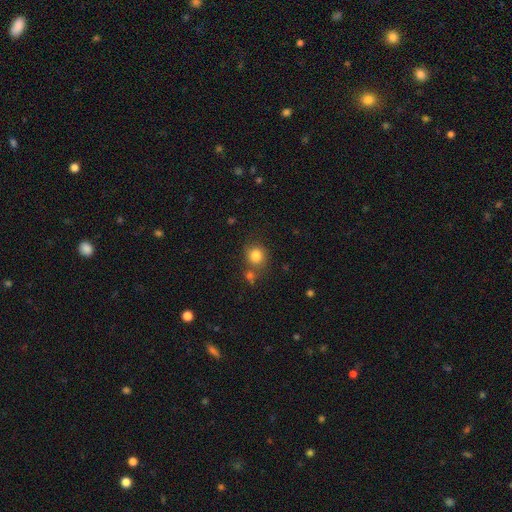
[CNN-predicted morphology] Smooth or featured? Predicted: smooth (p=0.82). How rounded? Predicted: round (p=0.84). Merging? Predicted: none (p=0.70).